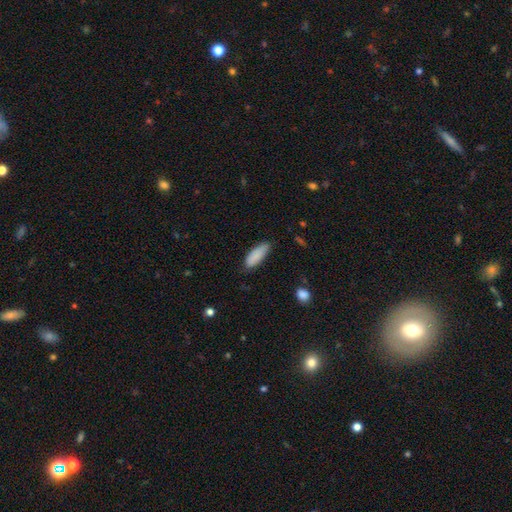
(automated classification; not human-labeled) A smooth galaxy with no disk features (87%) that is in between round and cigar-shaped (68%).

Vote fractions:
- Smooth or featured? smooth: 87% / featured or disk: 7% / star or artifact: 6%
- How rounded? in between: 68% / cigar-shaped: 31% / round: 2%
- Merging? none: 68% / minor disturbance: 26% / major disturbance: 4% / merger: 2%